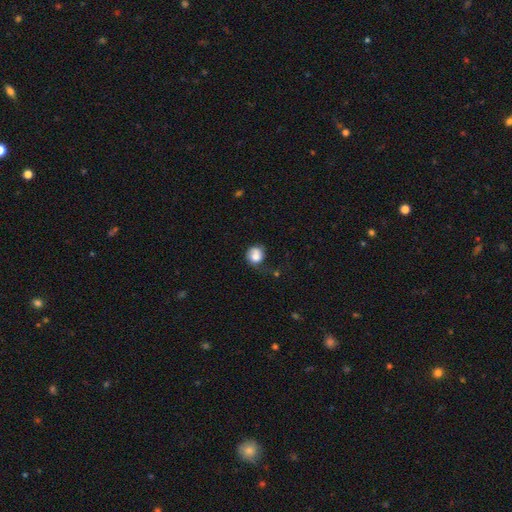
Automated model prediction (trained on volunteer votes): Smooth or featured? smooth (74%)
How rounded? round (71%)
Merging? none (38%)